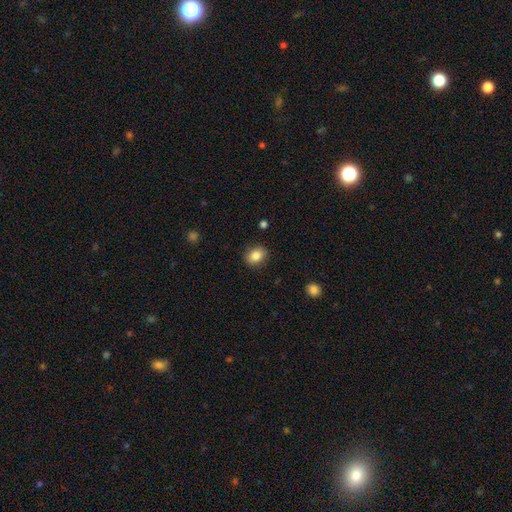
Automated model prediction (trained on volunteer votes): This is clearly a smooth galaxy (84%). How rounded: possibly in between (50%). Merging: clearly none (88%).